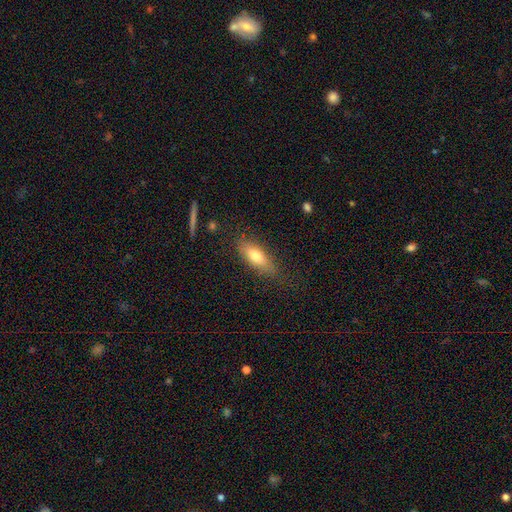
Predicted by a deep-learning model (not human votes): Q: Smooth or featured?
A: smooth (72%); runner-up: featured or disk (21%)
Q: How rounded?
A: in between (69%); runner-up: cigar-shaped (28%)
Q: Merging?
A: none (79%); runner-up: minor disturbance (15%)